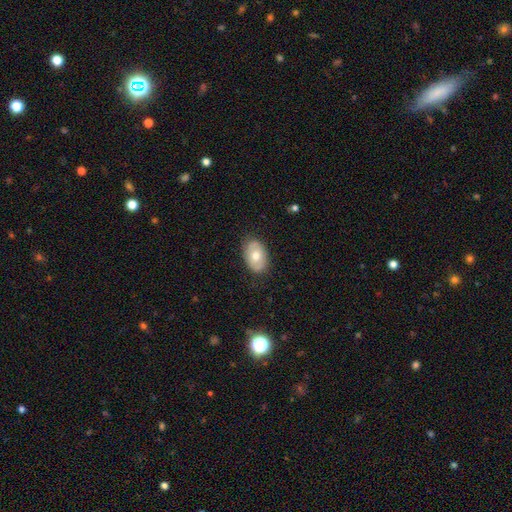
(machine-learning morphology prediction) Smooth or featured?
  - smooth: 61% *
  - featured or disk: 33%
  - star or artifact: 7%
How rounded?
  - in between: 87% *
  - round: 12%
  - cigar-shaped: 1%
Merging?
  - none: 81% *
  - minor disturbance: 15%
  - major disturbance: 3%
  - merger: 1%